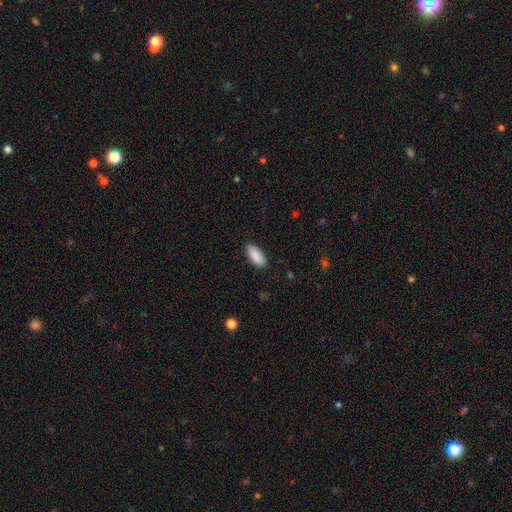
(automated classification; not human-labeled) Overall: smooth (90%). How rounded: in between (89%). Merging: none (89%).